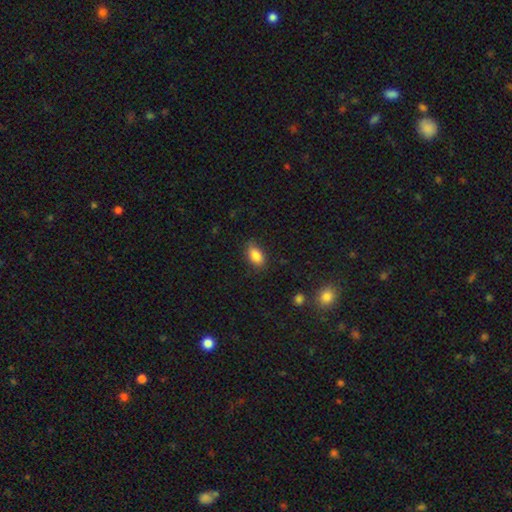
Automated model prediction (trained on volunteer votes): Smooth or featured: smooth — 85% (star or artifact — 8%)
How rounded: in between — 89% (round — 6%)
Merging: none — 81% (minor disturbance — 15%)